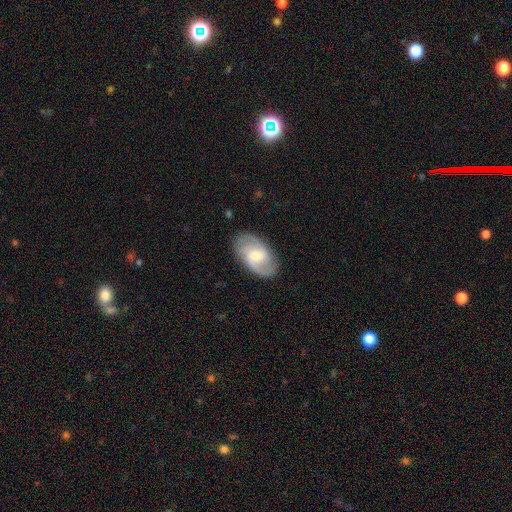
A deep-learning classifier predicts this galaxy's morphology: Smooth or featured? featured or disk (67%)
Edge-on disk? no (96%)
Bar? weak (52%)
Spiral arms? yes (92%)
Spiral winding? medium (48%)
Spiral arm count? 2 (68%)
Bulge size? moderate (44%)
Merging? none (82%)